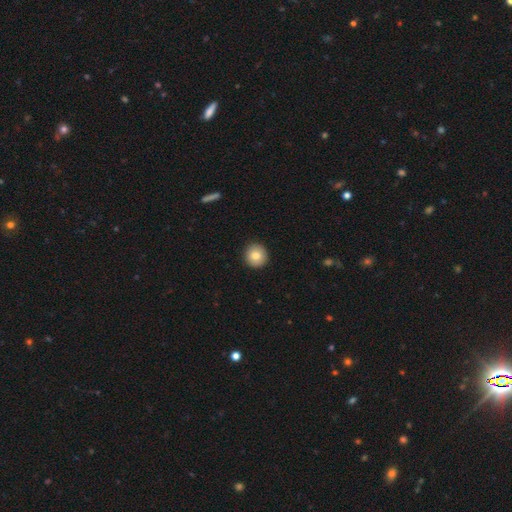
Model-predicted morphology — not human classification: Smooth or featured? Predicted: smooth (p=0.82). How rounded? Predicted: round (p=0.92). Merging? Predicted: none (p=0.92).